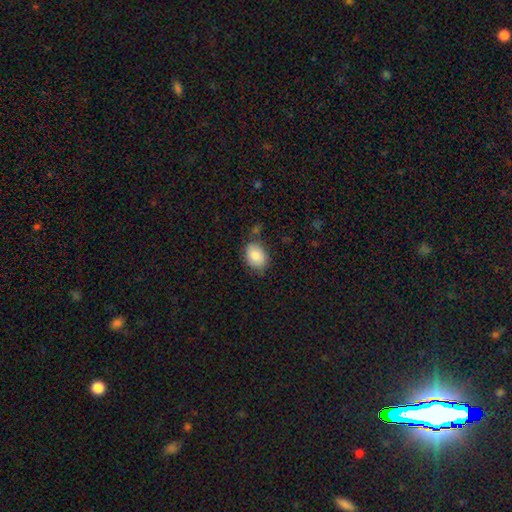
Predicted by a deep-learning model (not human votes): Morphology: type=smooth (87%); roundness=in between (73%); merging=none (74%).